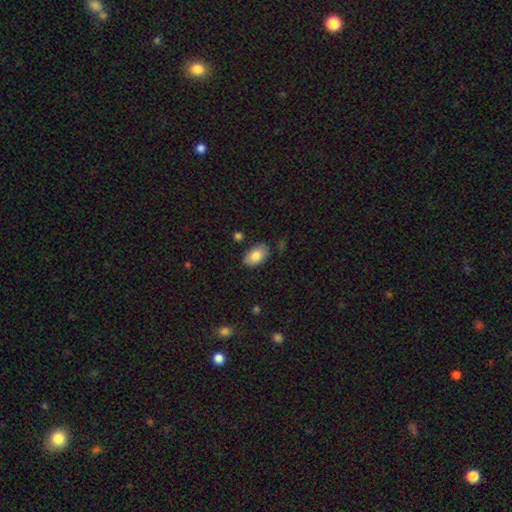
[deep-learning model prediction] A smooth galaxy with no disk features (82%) that is in between round and cigar-shaped (93%). Merging: none (81%).